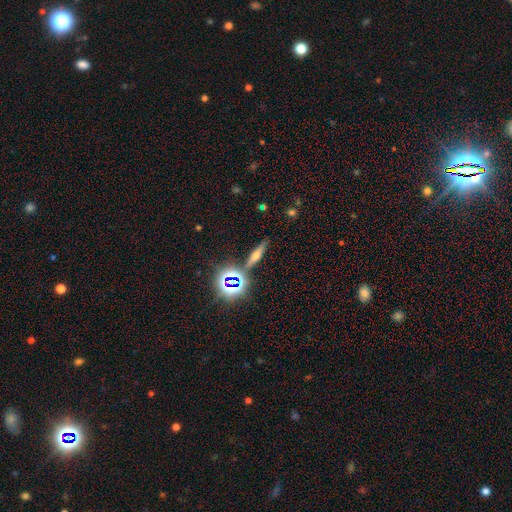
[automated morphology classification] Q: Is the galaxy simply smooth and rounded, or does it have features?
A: smooth — 40%.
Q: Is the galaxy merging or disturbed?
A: none — 82%.